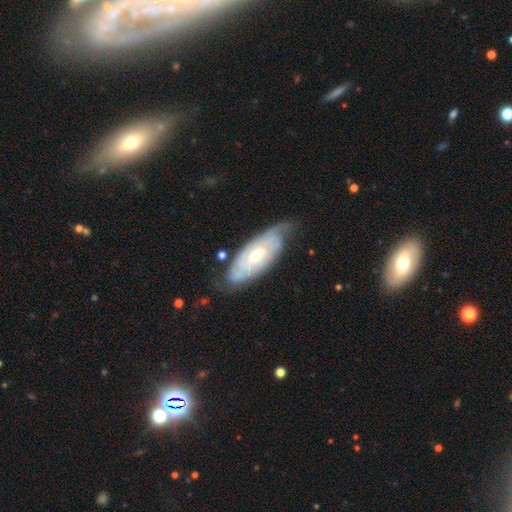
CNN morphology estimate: A featured or disk galaxy (71%) with no bar (58%), tight (65%) spiral arms (87%) and a moderate central bulge (59%).

Vote fractions:
- Smooth or featured? featured or disk: 71% / smooth: 23% / star or artifact: 6%
- Edge-on disk? no: 86% / yes: 14%
- Bar? no: 58% / weak: 34% / strong: 8%
- Spiral arms? yes: 87% / no: 13%
- Spiral winding? tight: 65% / medium: 27% / loose: 8%
- Spiral arm count? can't tell: 51% / 2: 28% / 3: 10% / 4: 4% / 1: 4% / more than 4: 3%
- Bulge size? moderate: 59% / small: 34% / large: 4% / none: 1% / dominant: 1%
- Merging? none: 60% / minor disturbance: 29% / major disturbance: 8% / merger: 2%